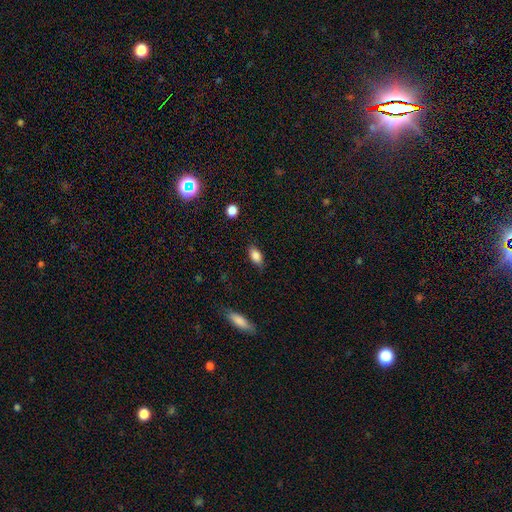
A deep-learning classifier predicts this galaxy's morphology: Smooth or featured? Predicted: smooth (p=0.84). How rounded? Predicted: in between (p=0.87). Merging? Predicted: none (p=0.79).